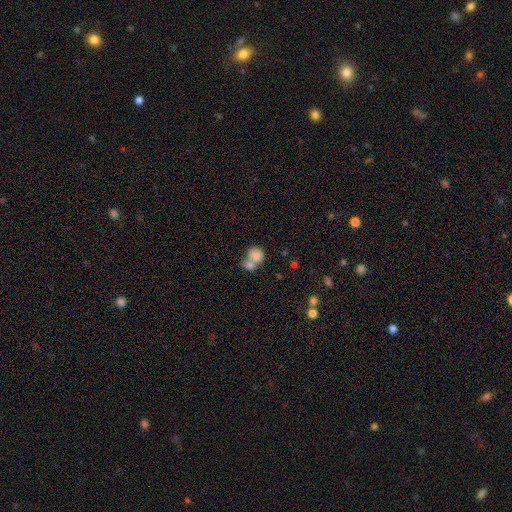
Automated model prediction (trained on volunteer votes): smooth-or-featured: smooth: 79% | featured or disk: 12% | star or artifact: 8%
  how-rounded: round: 70% | in between: 29% | cigar-shaped: 1%
  merging: merger: 61% | none: 25% | minor disturbance: 9% | major disturbance: 5%